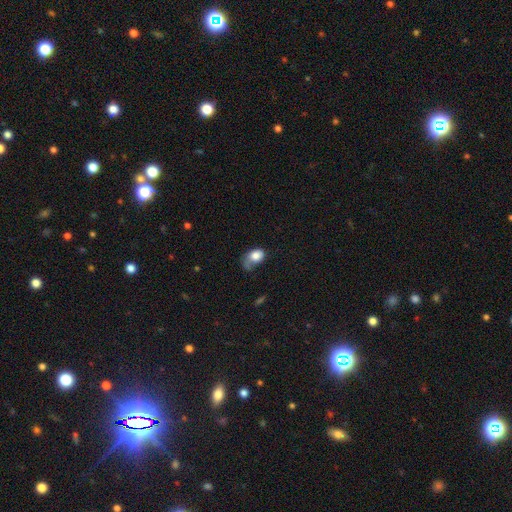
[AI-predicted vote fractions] smooth_or_featured: smooth (p=0.75) [alt: featured or disk p=0.17]
how_rounded: in between (p=0.72) [alt: round p=0.26]
merging: major disturbance (p=0.35) [alt: minor disturbance p=0.30]